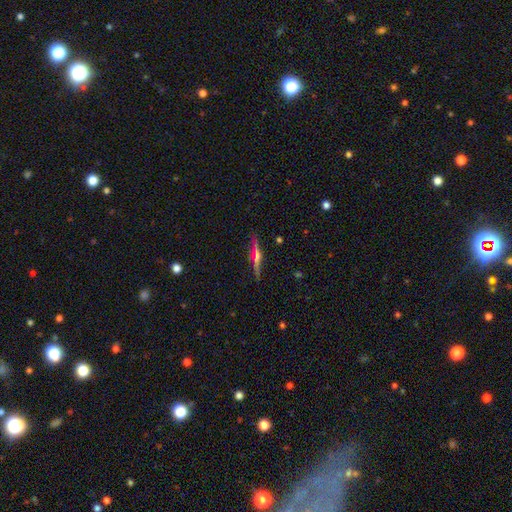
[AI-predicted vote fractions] smooth-or-featured: featured or disk: 65% | smooth: 26% | star or artifact: 9%
  disk-edge-on: yes: 96% | no: 4%
    edge-on-bulge: rounded: 76% | none: 14% | boxy: 10%
  merging: none: 85% | minor disturbance: 11% | major disturbance: 2% | merger: 2%